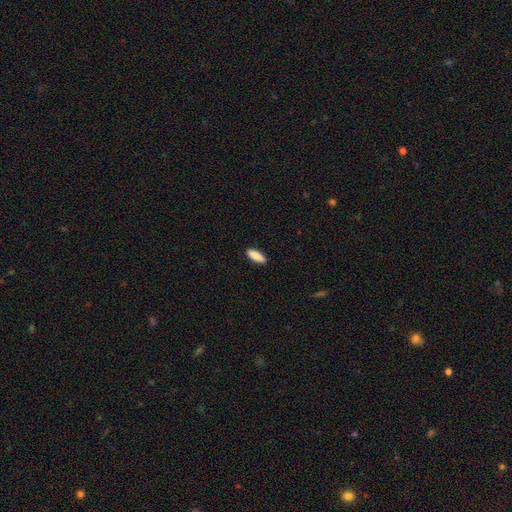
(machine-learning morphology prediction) Q: Smooth or featured?
A: smooth (88%); runner-up: star or artifact (6%)
Q: How rounded?
A: in between (59%); runner-up: cigar-shaped (39%)
Q: Merging?
A: none (89%); runner-up: minor disturbance (9%)